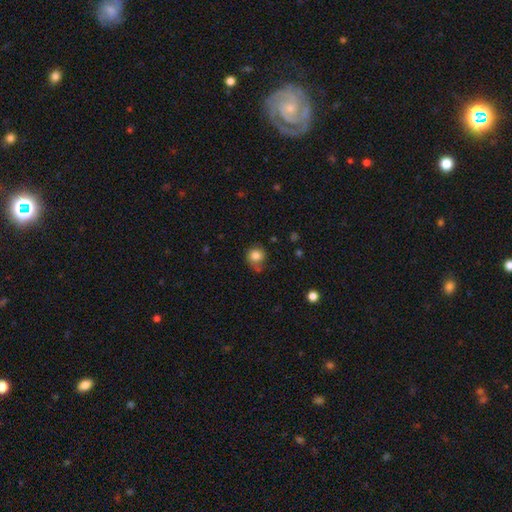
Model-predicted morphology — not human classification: Smooth or featured? Predicted: smooth (p=0.82). How rounded? Predicted: round (p=0.84). Merging? Predicted: none (p=0.59).